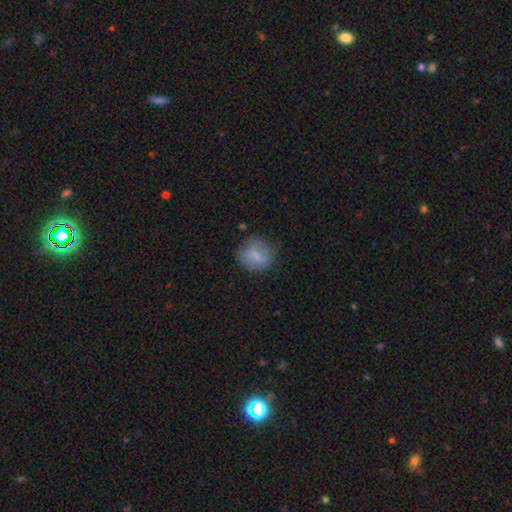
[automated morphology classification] smooth_or_featured: smooth (p=0.73) [alt: featured or disk p=0.18]
how_rounded: round (p=0.67) [alt: in between p=0.31]
merging: none (p=0.73) [alt: minor disturbance p=0.19]